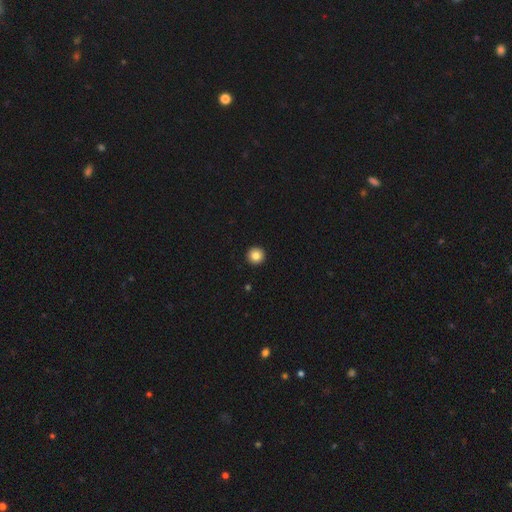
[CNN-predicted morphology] smooth 84%, star or artifact 10%, featured or disk 7%. Down the decision tree: how rounded — round (96%); merging — none (94%).